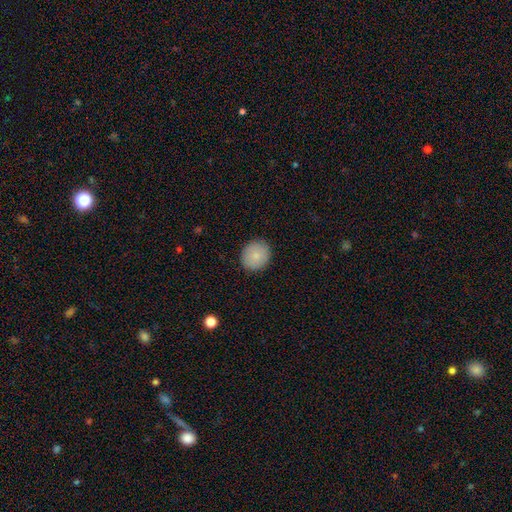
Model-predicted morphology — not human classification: smooth_or_featured: smooth (p=0.84) [alt: featured or disk p=0.09]
how_rounded: round (p=0.78) [alt: in between p=0.21]
merging: none (p=0.89) [alt: minor disturbance p=0.08]